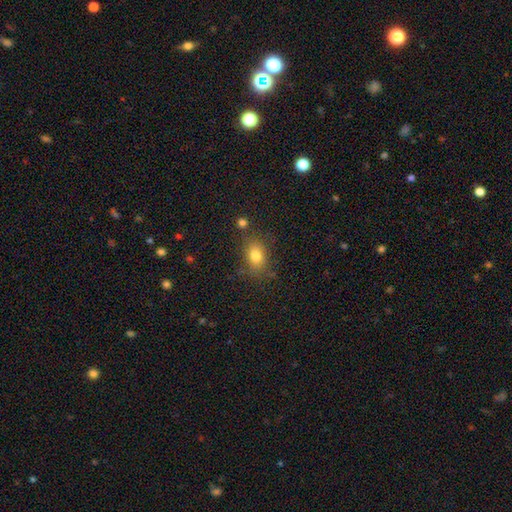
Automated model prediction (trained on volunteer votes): Smooth or featured? smooth (79%)
How rounded? in between (72%)
Merging? none (76%)